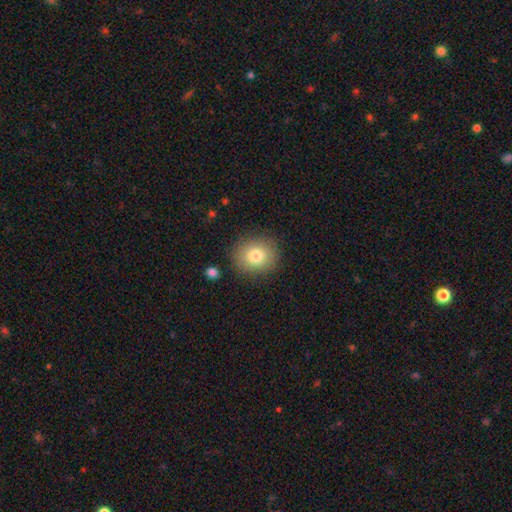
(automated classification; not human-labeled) Smooth or featured?
  - smooth: 80% *
  - featured or disk: 11%
  - star or artifact: 10%
How rounded?
  - round: 76% *
  - in between: 23%
  - cigar-shaped: 1%
Merging?
  - none: 86% *
  - minor disturbance: 9%
  - major disturbance: 3%
  - merger: 2%